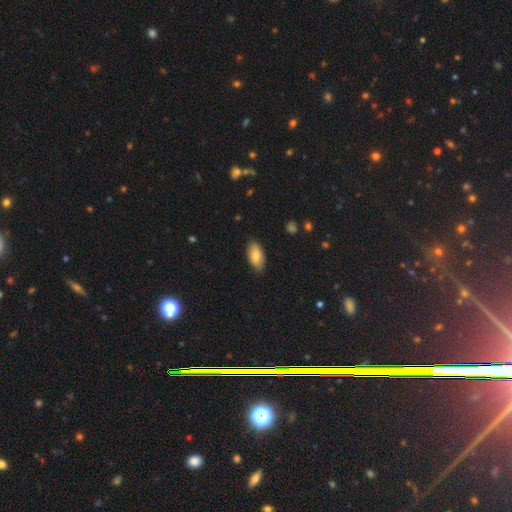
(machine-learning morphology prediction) Smooth or featured? smooth (83%)
How rounded? in between (92%)
Merging? none (82%)